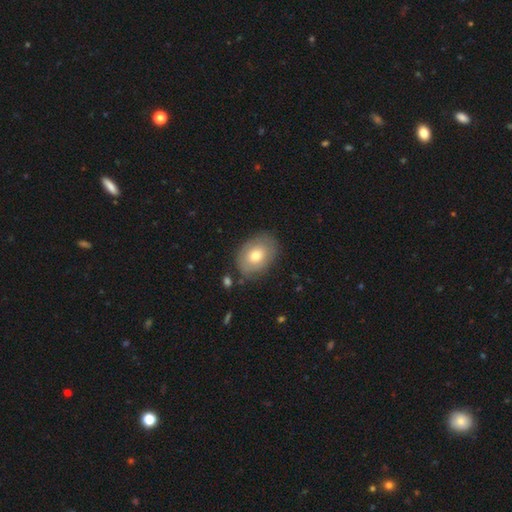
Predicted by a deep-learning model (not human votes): Smooth or featured? smooth (65%)
How rounded? in between (74%)
Merging? none (78%)